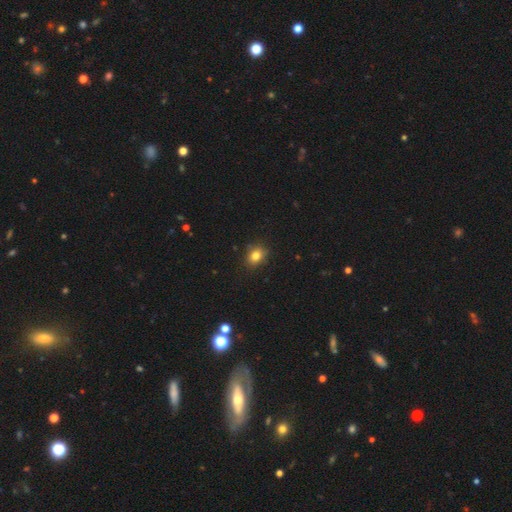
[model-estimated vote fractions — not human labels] smooth-or-featured: smooth: 81% | star or artifact: 12% | featured or disk: 7%
  how-rounded: in between: 51% | round: 48% | cigar-shaped: 1%
  merging: none: 85% | minor disturbance: 12% | major disturbance: 2% | merger: 1%